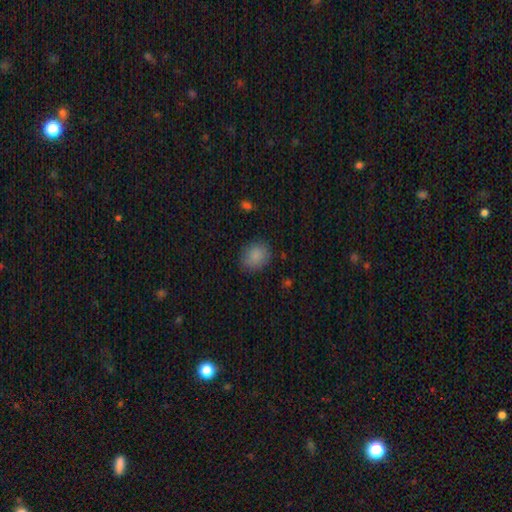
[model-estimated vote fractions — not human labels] smooth_or_featured: smooth (p=0.85) [alt: star or artifact p=0.09]
how_rounded: round (p=0.60) [alt: in between p=0.39]
merging: none (p=0.81) [alt: minor disturbance p=0.14]